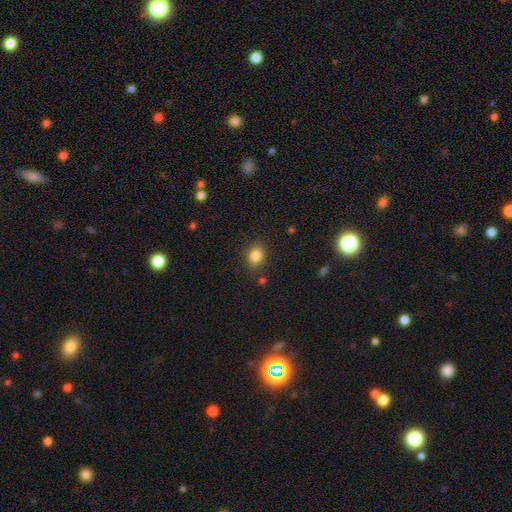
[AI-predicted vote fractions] Q: Smooth or featured?
A: smooth (84%); runner-up: star or artifact (10%)
Q: How rounded?
A: in between (55%); runner-up: round (44%)
Q: Merging?
A: none (84%); runner-up: minor disturbance (10%)